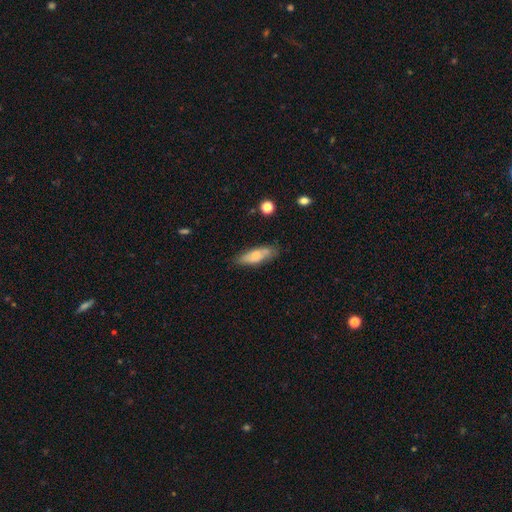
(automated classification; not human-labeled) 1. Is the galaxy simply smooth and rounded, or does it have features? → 70% smooth, 23% featured or disk, 7% star or artifact.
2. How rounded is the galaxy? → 55% in between, 42% cigar-shaped, 2% round.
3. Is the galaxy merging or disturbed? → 71% none, 21% minor disturbance, 5% major disturbance, 4% merger.